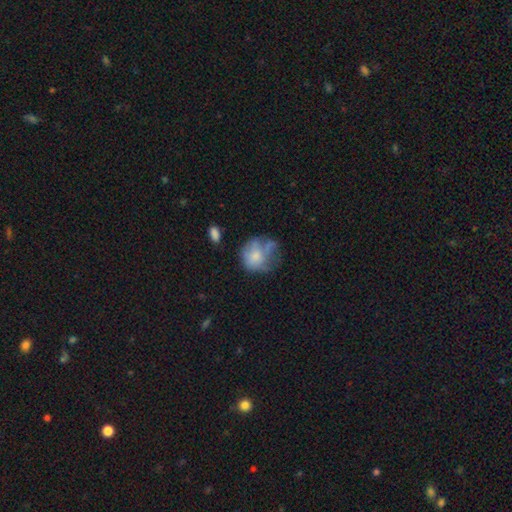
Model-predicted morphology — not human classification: This is likely a smooth galaxy (60%). How rounded: likely round (68%). Merging: marginally none (38%).